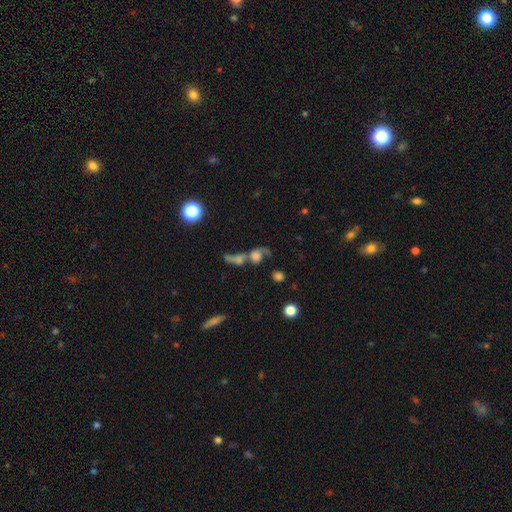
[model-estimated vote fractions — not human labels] Smooth or featured? smooth (45%)
Merging? merger (61%)